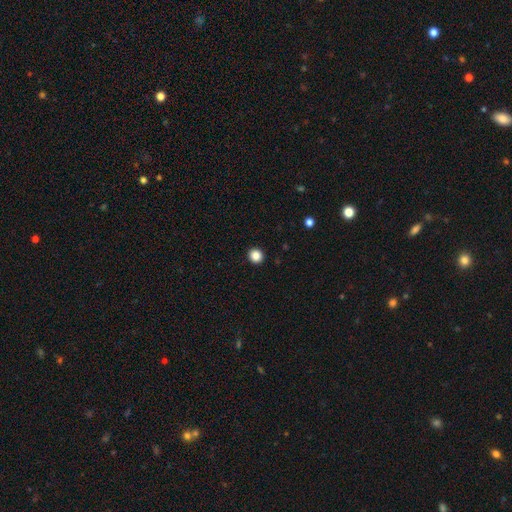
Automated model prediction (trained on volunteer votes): smooth-or-featured: smooth: 86% | star or artifact: 10% | featured or disk: 3%
  how-rounded: round: 93% | in between: 6% | cigar-shaped: 1%
  merging: none: 94% | minor disturbance: 4% | major disturbance: 1% | merger: 1%